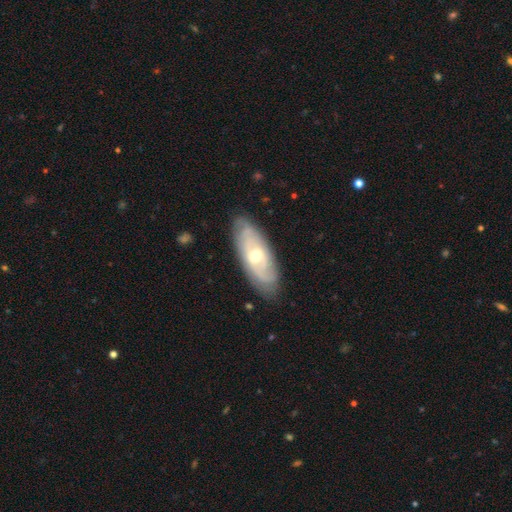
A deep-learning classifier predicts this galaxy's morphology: Q: Smooth or featured?
A: featured or disk (68%); runner-up: smooth (27%)
Q: Edge-on disk?
A: no (84%); runner-up: yes (16%)
Q: Bar?
A: no (55%); runner-up: weak (36%)
Q: Spiral arms?
A: yes (76%); runner-up: no (24%)
Q: Bulge size?
A: moderate (65%); runner-up: small (29%)
Q: Merging?
A: none (82%); runner-up: minor disturbance (14%)